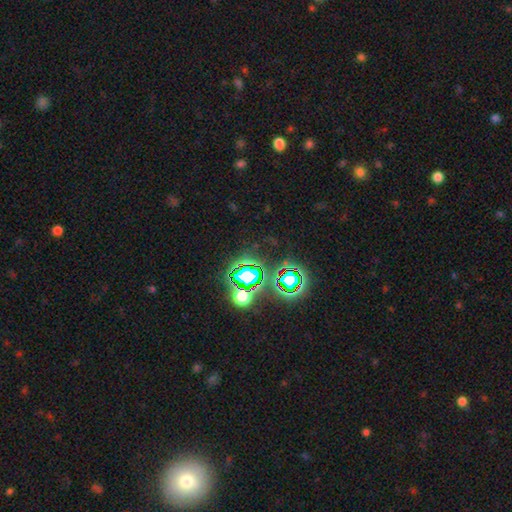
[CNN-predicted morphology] Smooth or featured?
  - star or artifact: 77% *
  - smooth: 15%
  - featured or disk: 8%